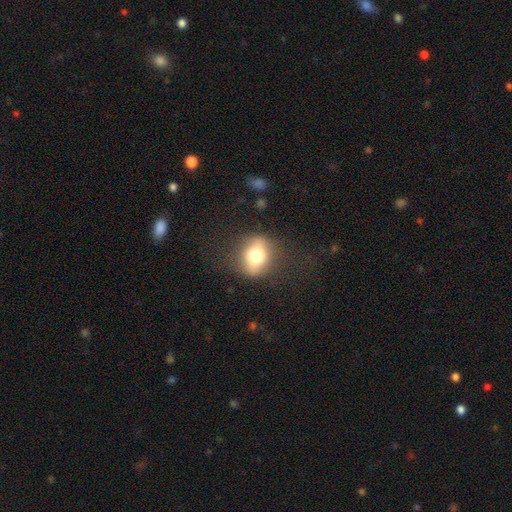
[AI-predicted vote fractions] A smooth galaxy with no disk features (67%) that is round (55%). Merging: none (77%).